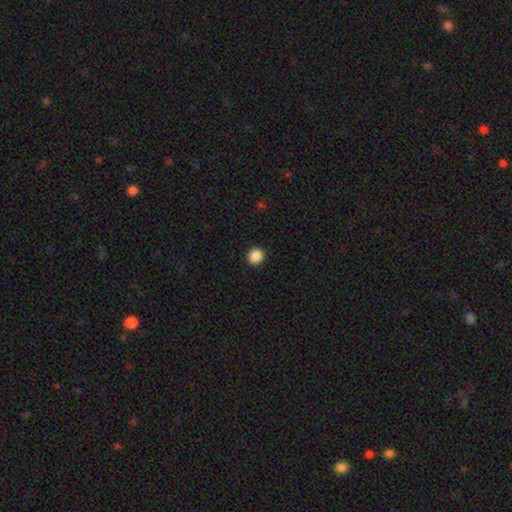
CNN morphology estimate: smooth-or-featured: smooth: 88% | star or artifact: 9% | featured or disk: 2%
  how-rounded: round: 87% | in between: 12% | cigar-shaped: 1%
  merging: none: 92% | minor disturbance: 5% | major disturbance: 2% | merger: 1%